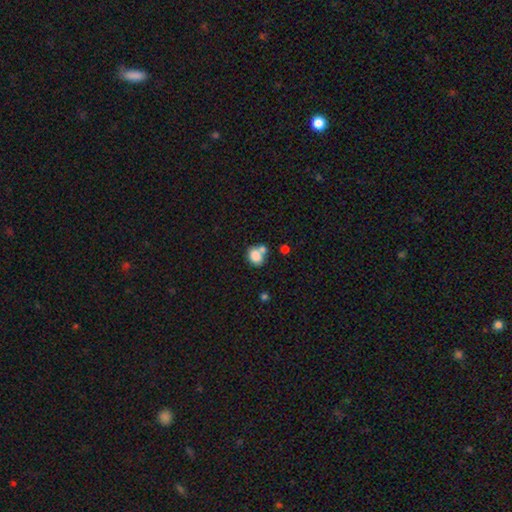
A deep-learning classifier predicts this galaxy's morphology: This appears to be a smooth galaxy with no disk features (82%) that is in between round and cigar-shaped (56%). Merging: none (44%).